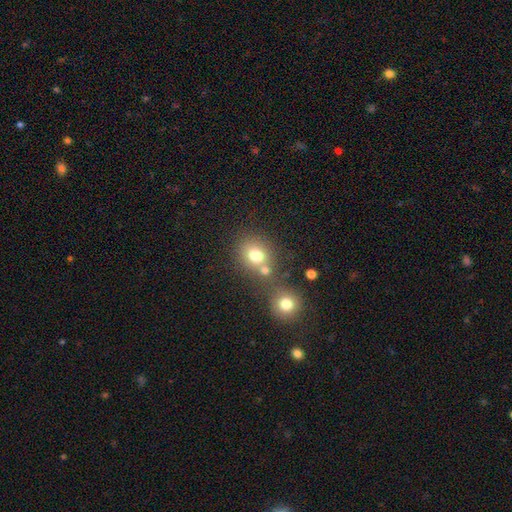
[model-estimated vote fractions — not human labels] Smooth or featured?
  - smooth: 75% *
  - star or artifact: 14%
  - featured or disk: 11%
How rounded?
  - round: 75% *
  - in between: 24%
  - cigar-shaped: 1%
Merging?
  - none: 50% *
  - merger: 37%
  - minor disturbance: 9%
  - major disturbance: 4%